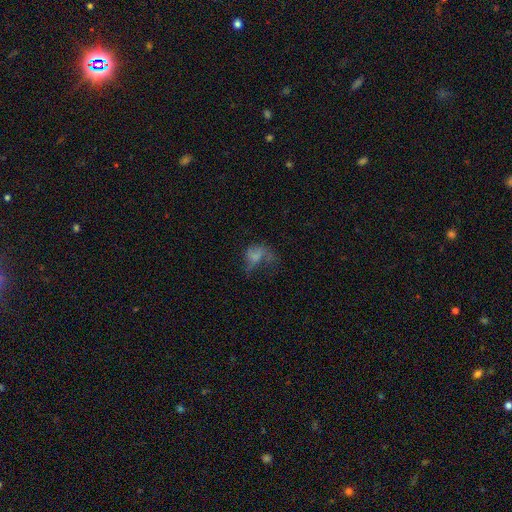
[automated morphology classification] A smooth galaxy with no disk features (46%). Merging: major disturbance (53%).